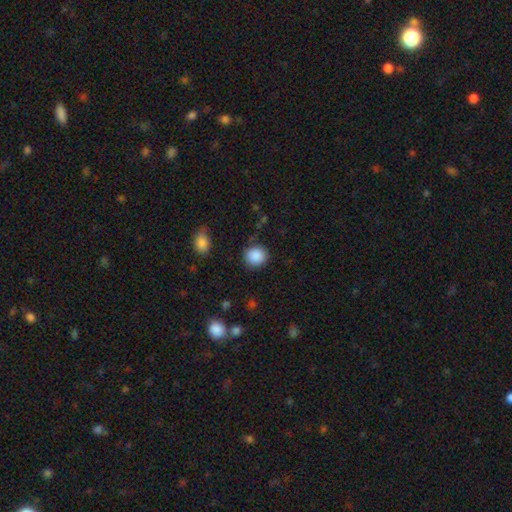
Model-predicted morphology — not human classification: This is clearly a smooth galaxy (88%). How rounded: clearly round (87%). Merging: clearly none (85%).